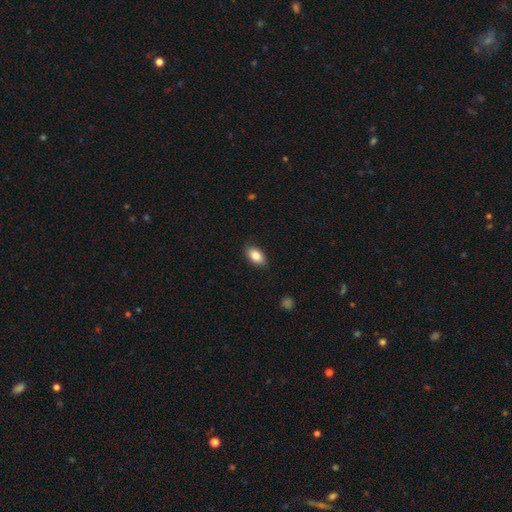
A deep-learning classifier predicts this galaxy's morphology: Smooth or featured: smooth — 86% (star or artifact — 7%)
How rounded: in between — 91% (round — 6%)
Merging: none — 87% (minor disturbance — 10%)